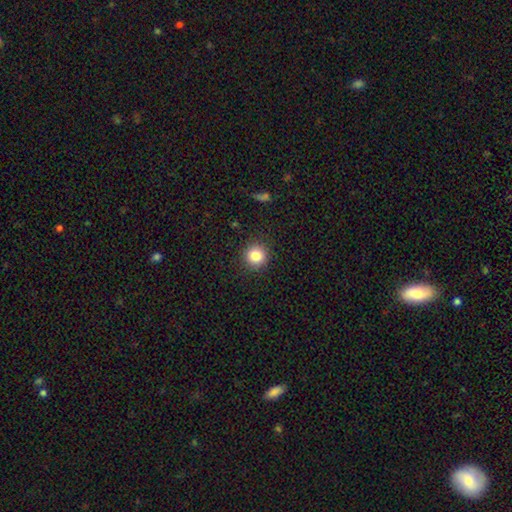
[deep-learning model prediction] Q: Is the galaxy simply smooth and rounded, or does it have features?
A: smooth — 84%.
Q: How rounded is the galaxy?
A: round — 93%.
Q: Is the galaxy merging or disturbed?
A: none — 91%.